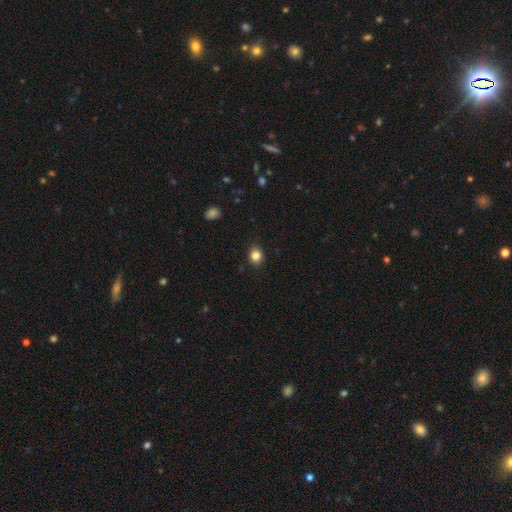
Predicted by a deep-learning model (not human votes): Q: Smooth or featured?
A: smooth (84%); runner-up: star or artifact (11%)
Q: How rounded?
A: round (67%); runner-up: in between (32%)
Q: Merging?
A: none (88%); runner-up: minor disturbance (9%)